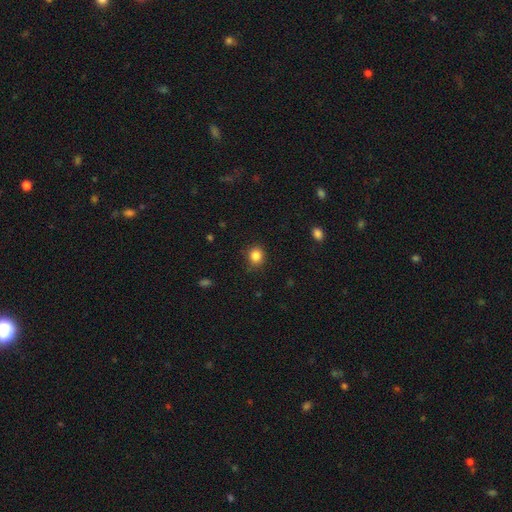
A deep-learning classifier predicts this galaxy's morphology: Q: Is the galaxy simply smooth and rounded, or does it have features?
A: smooth — 85%.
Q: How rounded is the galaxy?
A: round — 80%.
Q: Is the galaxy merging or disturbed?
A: none — 87%.